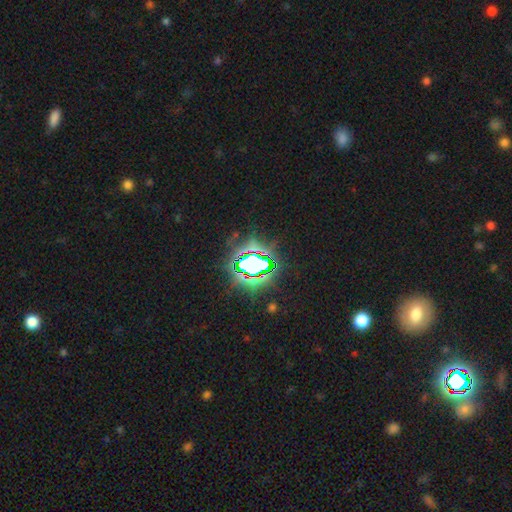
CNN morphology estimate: A star or artifact, not a galaxy (81%).